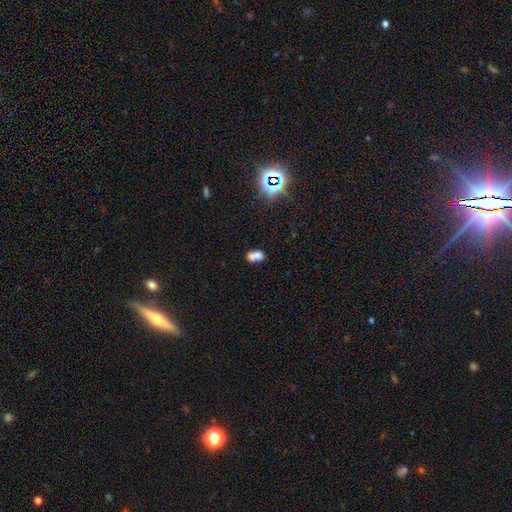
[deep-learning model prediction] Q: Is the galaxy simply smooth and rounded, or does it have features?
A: smooth — 71%.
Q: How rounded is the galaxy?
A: in between — 76%.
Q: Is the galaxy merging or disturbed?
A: merger — 47%.